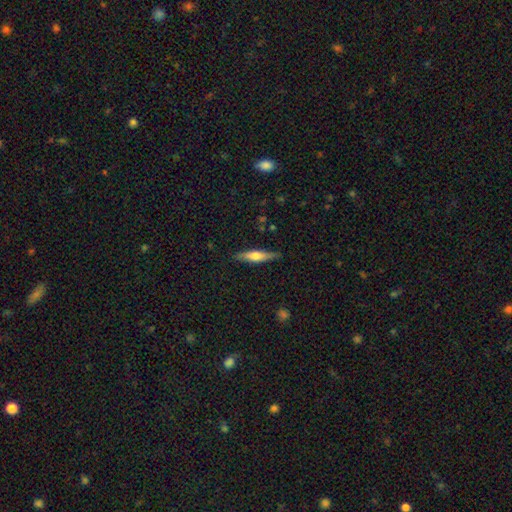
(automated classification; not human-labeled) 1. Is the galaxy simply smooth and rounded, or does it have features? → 48% smooth, 46% featured or disk, 6% star or artifact.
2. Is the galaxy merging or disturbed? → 86% none, 11% minor disturbance, 2% major disturbance, 1% merger.